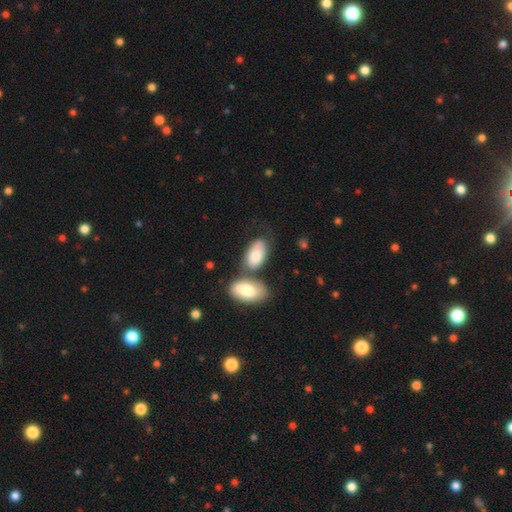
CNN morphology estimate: smooth 78%, featured or disk 17%, star or artifact 5%. Down the decision tree: how rounded — in between (94%); merging — none (37%, tied with merger).